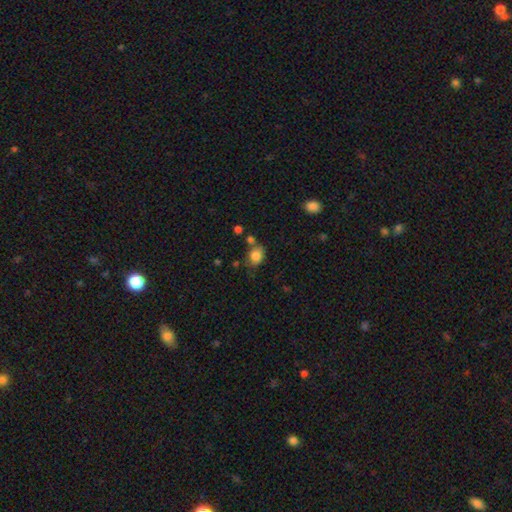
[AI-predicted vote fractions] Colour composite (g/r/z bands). It shows a smooth galaxy with no disk features (83%) that is in between round and cigar-shaped (56%). Merging: none (59%).